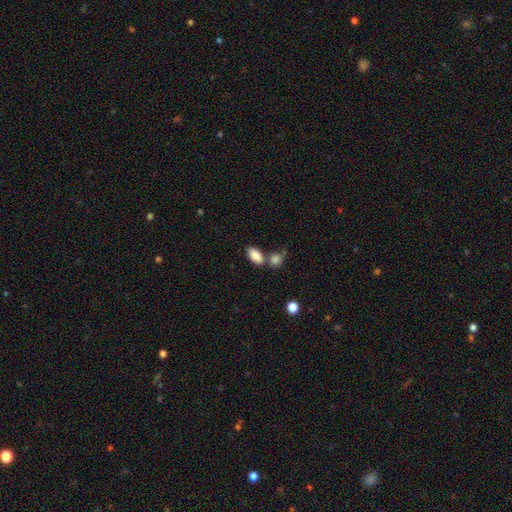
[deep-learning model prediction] Morphology: type=smooth (87%); roundness=in between (92%); merging=none (53%).